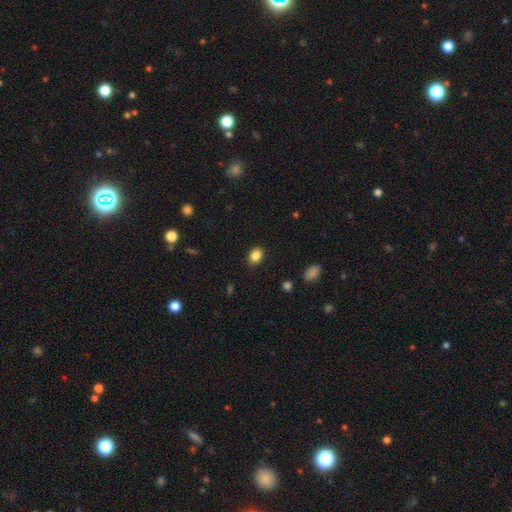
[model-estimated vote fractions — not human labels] smooth_or_featured: smooth (p=0.86) [alt: star or artifact p=0.09]
how_rounded: in between (p=0.73) [alt: round p=0.25]
merging: none (p=0.86) [alt: minor disturbance p=0.10]